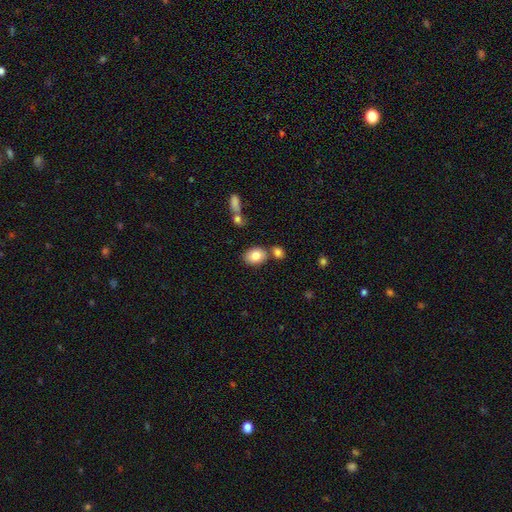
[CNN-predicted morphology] Q: Smooth or featured?
A: smooth (82%); runner-up: featured or disk (10%)
Q: How rounded?
A: in between (73%); runner-up: round (26%)
Q: Merging?
A: none (67%); runner-up: merger (18%)